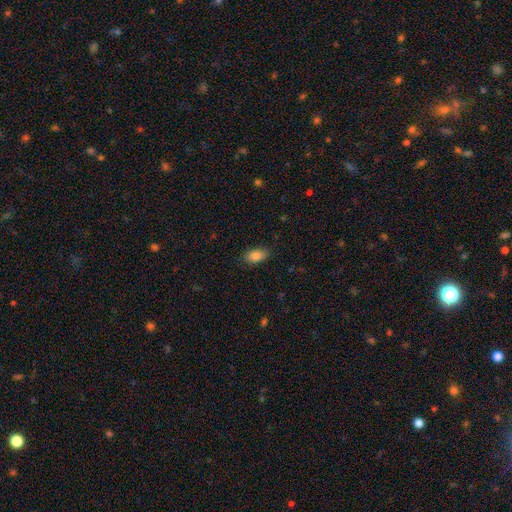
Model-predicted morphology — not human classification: type=smooth (85%); roundness=in between (92%); merging=none (86%).